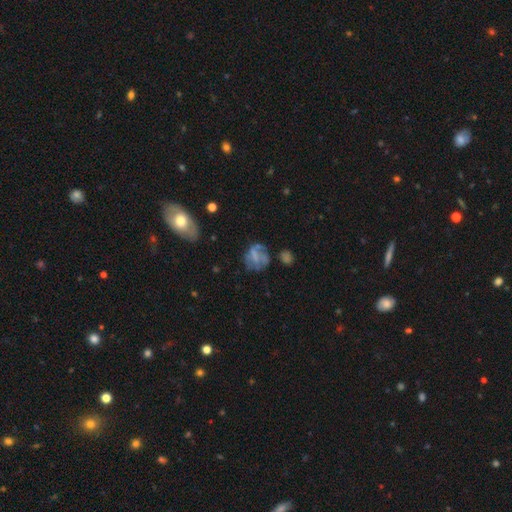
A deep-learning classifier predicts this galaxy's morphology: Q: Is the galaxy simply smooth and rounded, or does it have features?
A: smooth — 43%.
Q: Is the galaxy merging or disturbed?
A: none — 45%.